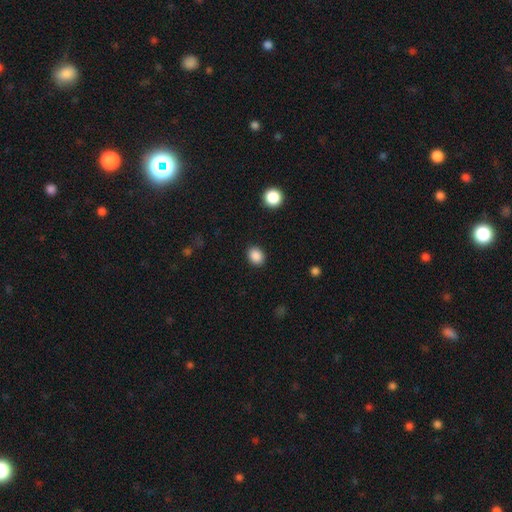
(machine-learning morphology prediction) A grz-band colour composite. It shows a smooth galaxy with no disk features (88%) that is in between round and cigar-shaped (52%). Merging: none (89%).